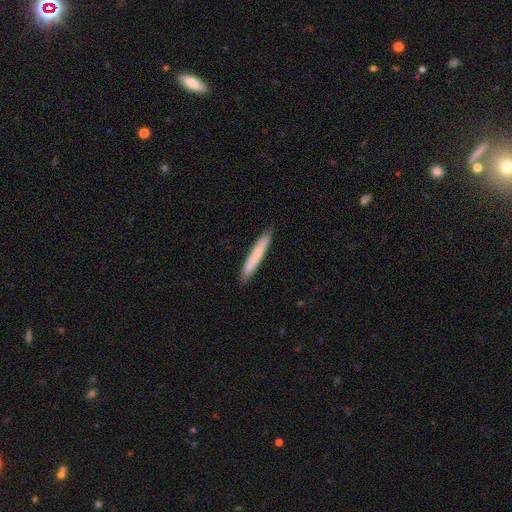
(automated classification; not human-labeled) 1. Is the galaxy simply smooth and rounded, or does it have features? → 76% smooth, 18% featured or disk, 6% star or artifact.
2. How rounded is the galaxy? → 96% cigar-shaped, 3% in between, 1% round.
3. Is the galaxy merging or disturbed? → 90% none, 8% minor disturbance, 1% major disturbance, 1% merger.